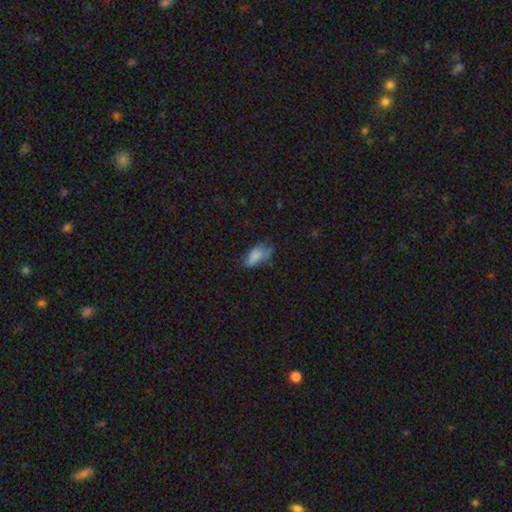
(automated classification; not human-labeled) Smooth or featured? smooth (78%)
How rounded? in between (90%)
Merging? none (47%)